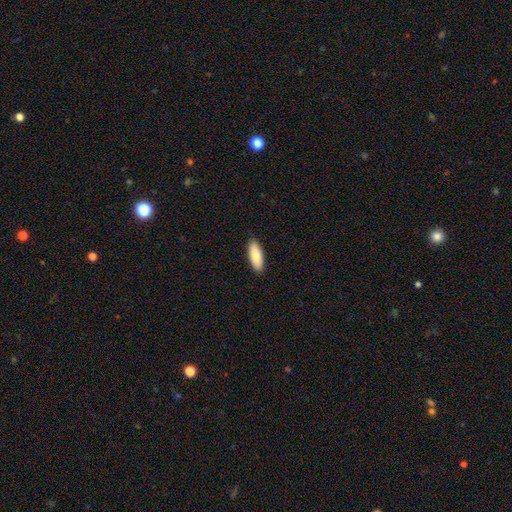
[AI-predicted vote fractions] A smooth galaxy with no disk features (84%) that is in between round and cigar-shaped (73%).

Vote fractions:
- Smooth or featured? smooth: 84% / featured or disk: 11% / star or artifact: 5%
- How rounded? in between: 73% / cigar-shaped: 25% / round: 2%
- Merging? none: 91% / minor disturbance: 7% / major disturbance: 1% / merger: 1%